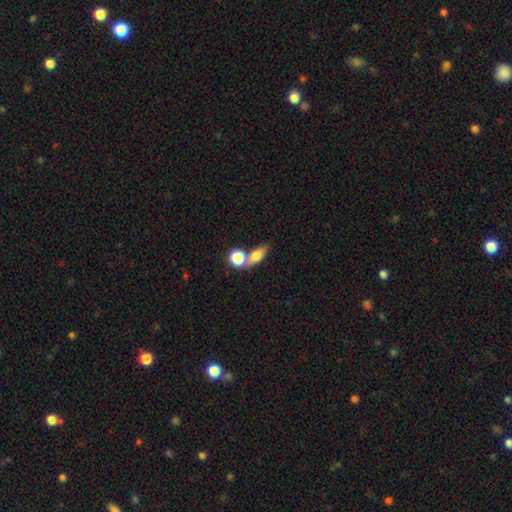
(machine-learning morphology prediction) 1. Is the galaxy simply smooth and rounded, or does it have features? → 72% smooth, 17% featured or disk, 11% star or artifact.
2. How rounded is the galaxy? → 62% in between, 21% round, 17% cigar-shaped.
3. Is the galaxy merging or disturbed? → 49% none, 35% merger, 11% minor disturbance, 5% major disturbance.